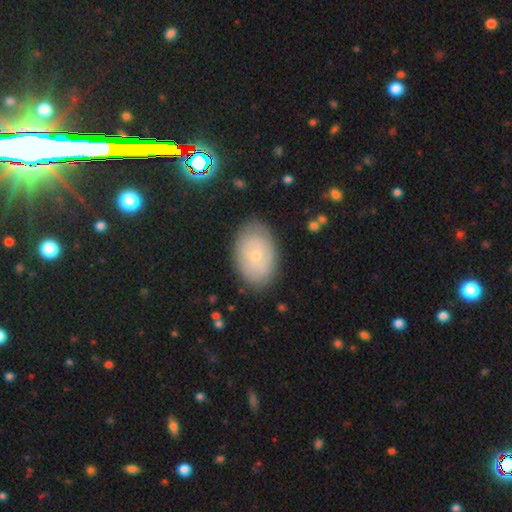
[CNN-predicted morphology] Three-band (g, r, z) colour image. It shows a smooth galaxy with no disk features (47%). Merging: none (81%).